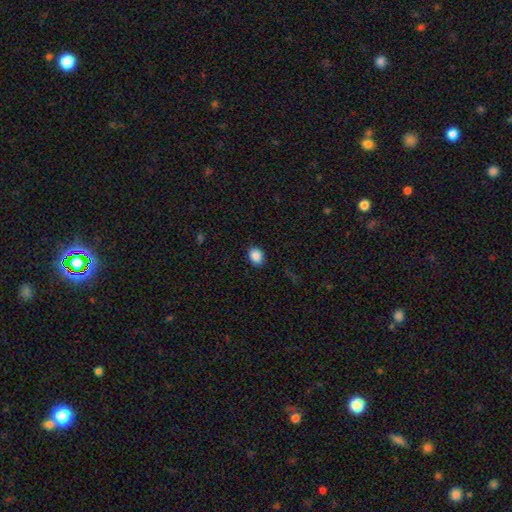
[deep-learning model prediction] smooth 88%, star or artifact 9%, featured or disk 3%. Down the decision tree: how rounded — round (52%); merging — none (88%).